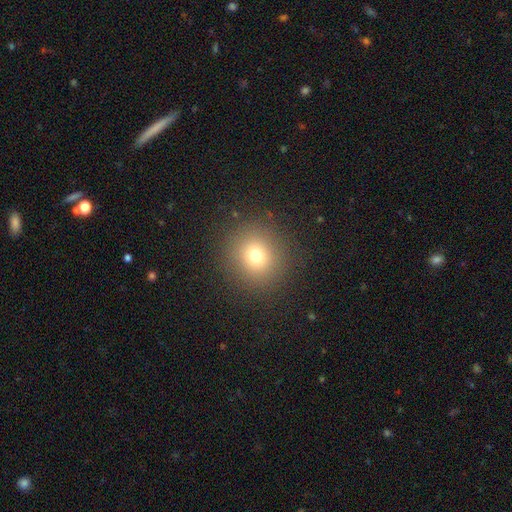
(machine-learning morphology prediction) A smooth galaxy with no disk features (73%) that is round (90%). Merging: none (89%).